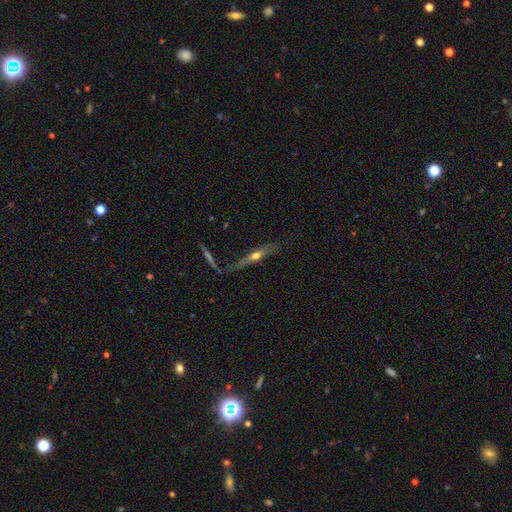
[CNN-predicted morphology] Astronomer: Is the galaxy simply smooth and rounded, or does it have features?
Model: featured or disk — 58% (runner-up: smooth, 34%).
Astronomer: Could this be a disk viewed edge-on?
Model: yes — 85%.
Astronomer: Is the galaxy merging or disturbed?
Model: none — 63%.